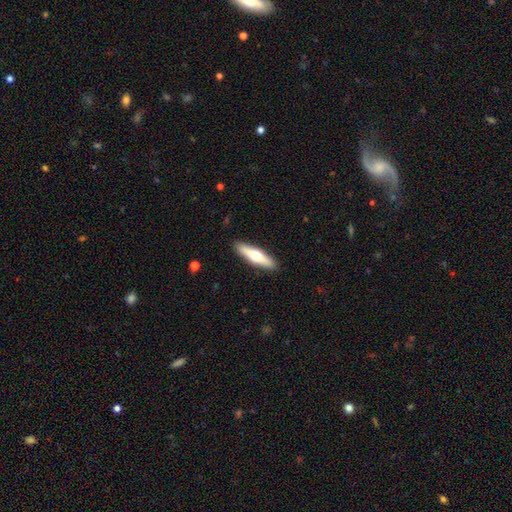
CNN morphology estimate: This is possibly a featured or disk galaxy (48%). Merging: clearly none (91%).